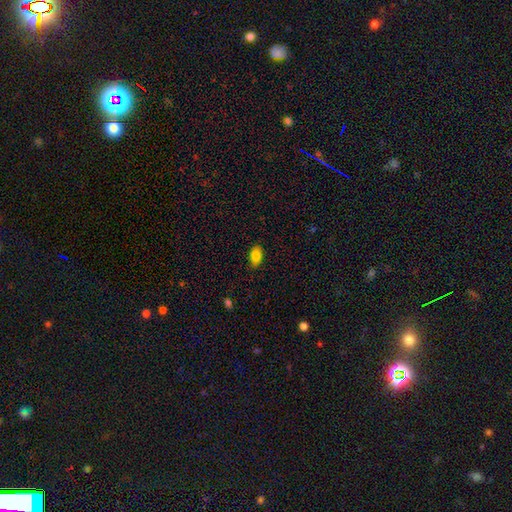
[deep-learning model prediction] Smooth or featured? Predicted: smooth (p=0.85). How rounded? Predicted: in between (p=0.92). Merging? Predicted: none (p=0.86).